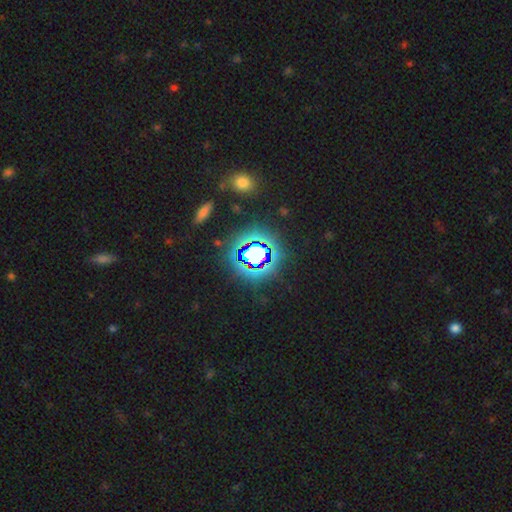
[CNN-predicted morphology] Smooth or featured? Predicted: star or artifact (p=0.73).